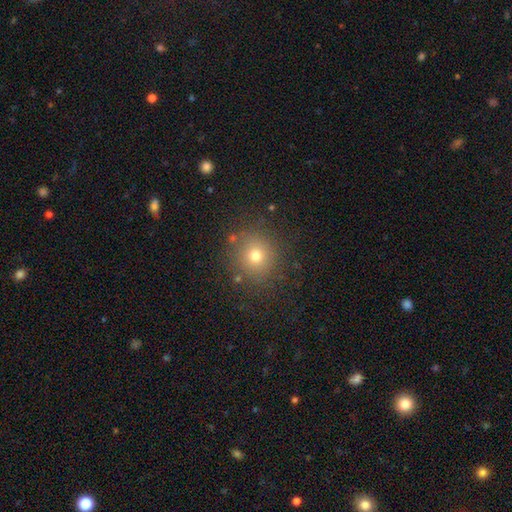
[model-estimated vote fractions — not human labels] Smooth or featured: smooth — 72% (star or artifact — 18%)
How rounded: round — 90% (in between — 10%)
Merging: none — 84% (minor disturbance — 10%)